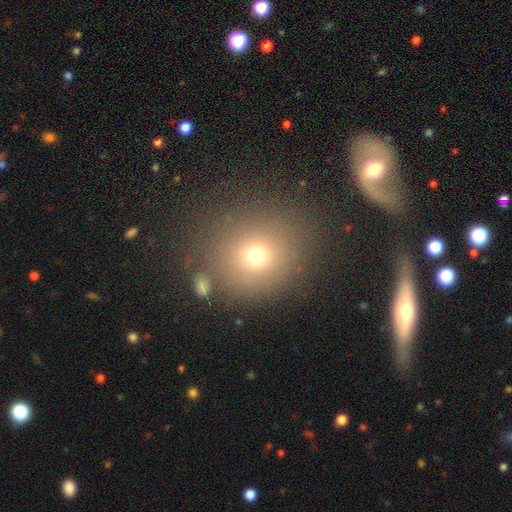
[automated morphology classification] This appears to be a smooth galaxy with no disk features (70%) that is round (79%). Merging: none (78%).